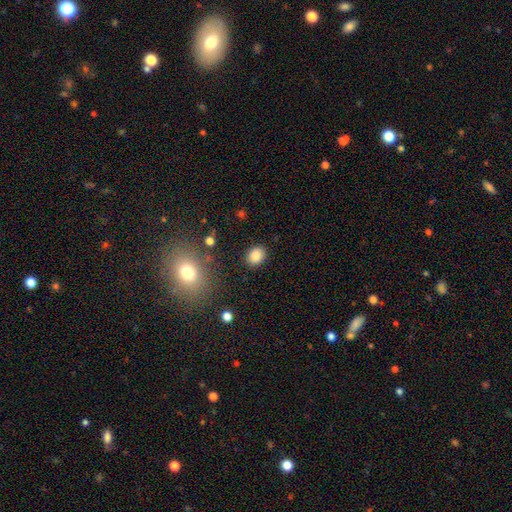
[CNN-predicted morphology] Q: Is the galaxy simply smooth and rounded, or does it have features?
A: smooth — 85%.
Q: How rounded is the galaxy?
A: round — 51%.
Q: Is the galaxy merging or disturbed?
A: none — 88%.